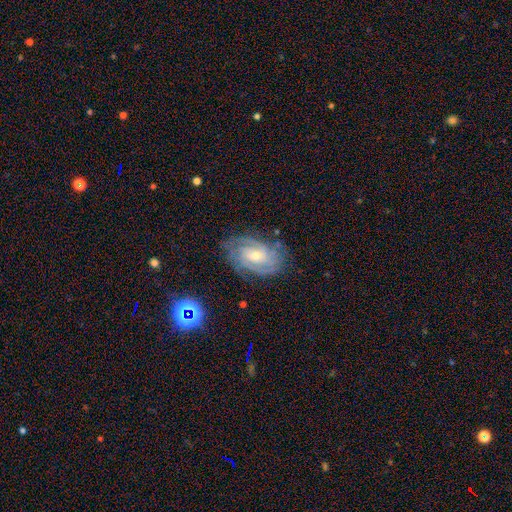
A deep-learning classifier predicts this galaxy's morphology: featured or disk 83%, smooth 9%, star or artifact 8%. Down the decision tree: edge-on disk — no (96%); bar — no (61%); spiral arms — yes (96%); spiral arm count — can't tell (31%); spiral winding — tight (69%); bulge size — small (60%); merging — none (75%).